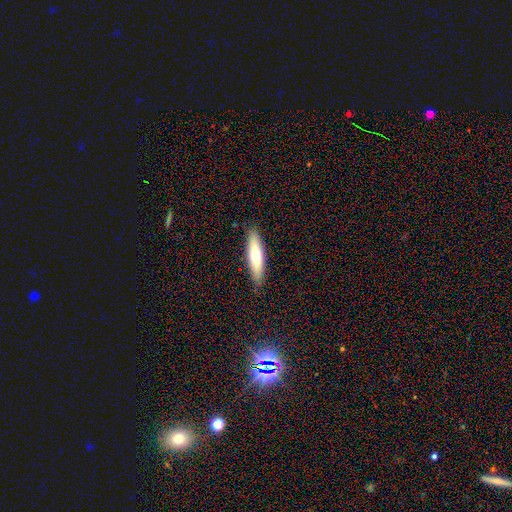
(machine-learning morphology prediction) smooth_or_featured: smooth (p=0.60) [alt: featured or disk p=0.34]
how_rounded: cigar-shaped (p=0.70) [alt: in between p=0.29]
merging: none (p=0.87) [alt: minor disturbance p=0.10]